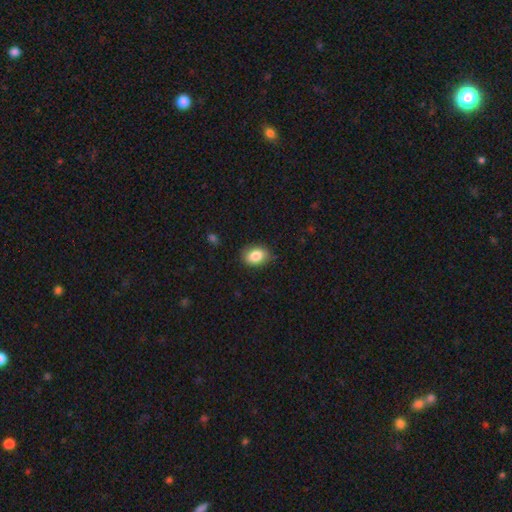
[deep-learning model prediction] The model was most divided on "how rounded": in between: 74%, round: 25%, cigar-shaped: 1%. More confident: smooth or featured — smooth (86%); merging — none (82%).